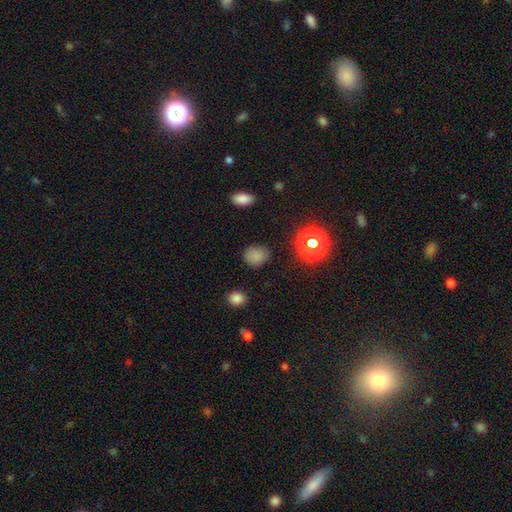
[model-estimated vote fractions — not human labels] Q: Smooth or featured?
A: smooth (81%); runner-up: star or artifact (14%)
Q: How rounded?
A: round (61%); runner-up: in between (38%)
Q: Merging?
A: none (81%); runner-up: minor disturbance (14%)